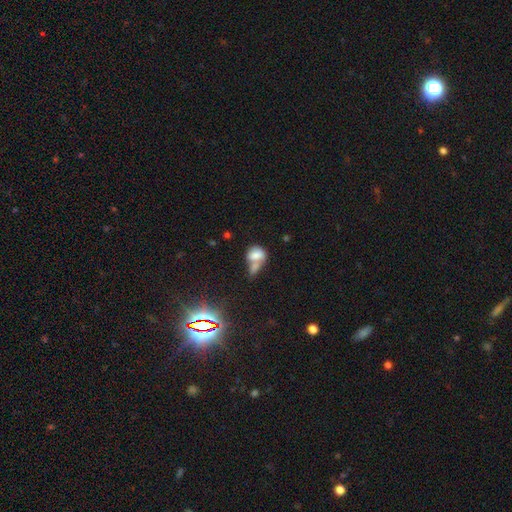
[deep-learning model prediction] A smooth galaxy with no disk features (70%) that is in between round and cigar-shaped (64%). Merging: merger (61%).